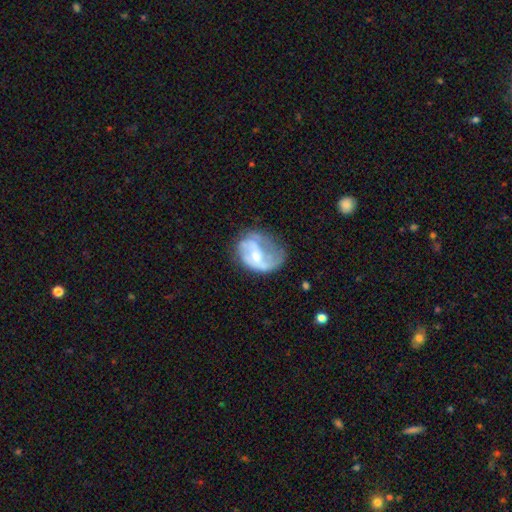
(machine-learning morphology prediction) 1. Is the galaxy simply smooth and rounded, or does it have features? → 65% featured or disk, 27% smooth, 7% star or artifact.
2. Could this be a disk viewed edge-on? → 98% no, 2% yes.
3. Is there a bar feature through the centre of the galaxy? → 49% no, 38% weak, 13% strong.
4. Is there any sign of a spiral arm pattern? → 64% yes, 36% no.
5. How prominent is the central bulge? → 44% small, 41% moderate, 10% none, 4% large, 1% dominant.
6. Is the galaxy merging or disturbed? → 38% none, 31% major disturbance, 27% minor disturbance, 4% merger.